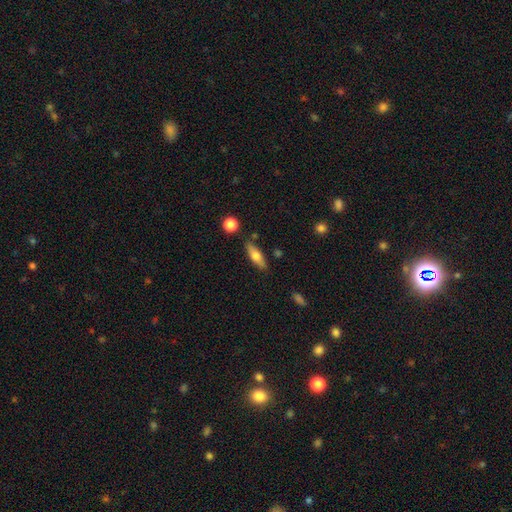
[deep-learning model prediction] smooth_or_featured: smooth (p=0.64) [alt: featured or disk p=0.29]
how_rounded: in between (p=0.54) [alt: cigar-shaped p=0.43]
merging: none (p=0.81) [alt: minor disturbance p=0.12]